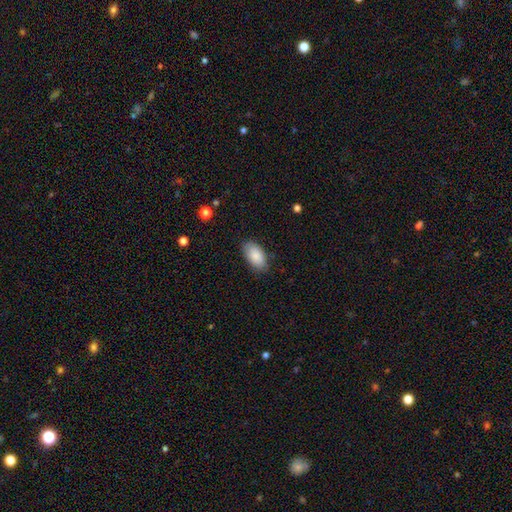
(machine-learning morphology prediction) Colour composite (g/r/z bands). It shows a smooth galaxy with no disk features (86%) that is in between round and cigar-shaped (95%). Merging: none (81%).